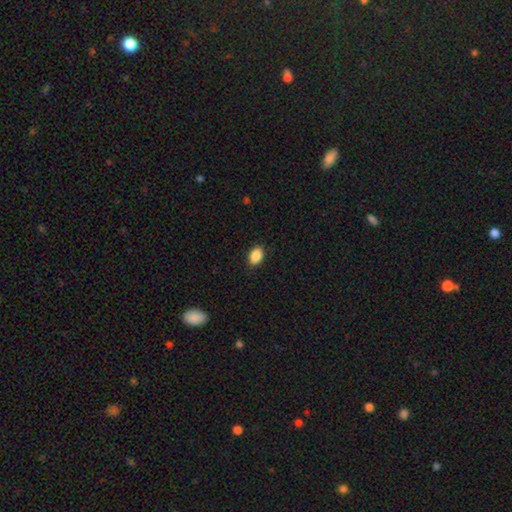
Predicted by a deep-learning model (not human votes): This appears to be a smooth galaxy with no disk features (89%) that is in between round and cigar-shaped (84%). Merging: none (87%).